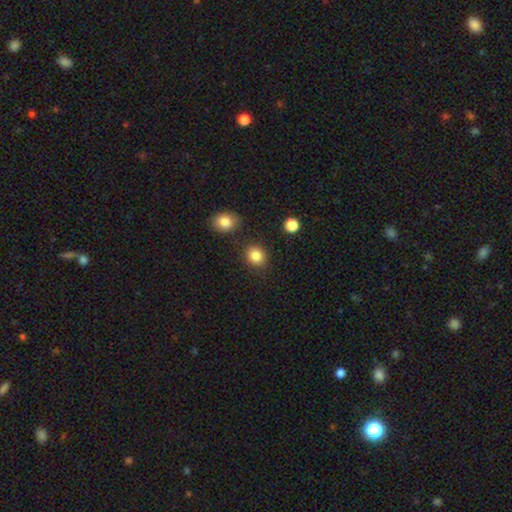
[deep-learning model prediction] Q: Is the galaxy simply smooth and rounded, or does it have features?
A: smooth — 85%.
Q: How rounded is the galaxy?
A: round — 78%.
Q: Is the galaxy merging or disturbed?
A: none — 83%.